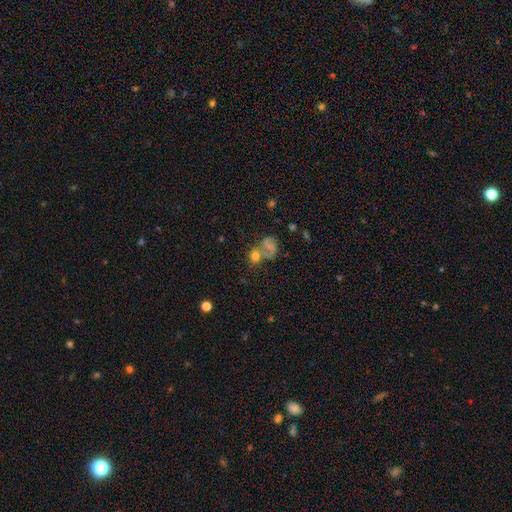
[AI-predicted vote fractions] This is possibly a smooth galaxy (59%). How rounded: likely round (71%). Merging: marginally merger (41%).